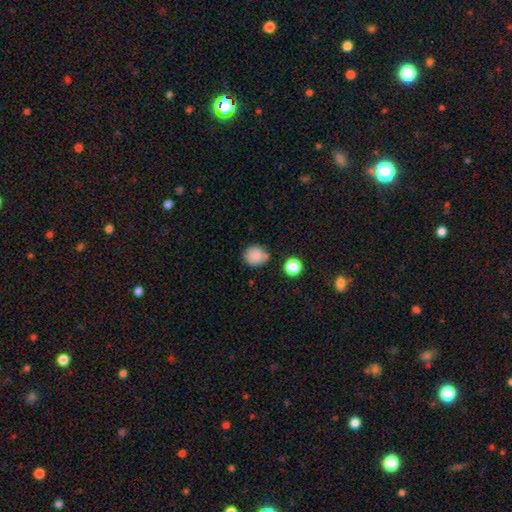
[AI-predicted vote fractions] Smooth or featured: smooth — 85% (star or artifact — 10%)
How rounded: round — 82% (in between — 18%)
Merging: none — 73% (minor disturbance — 15%)